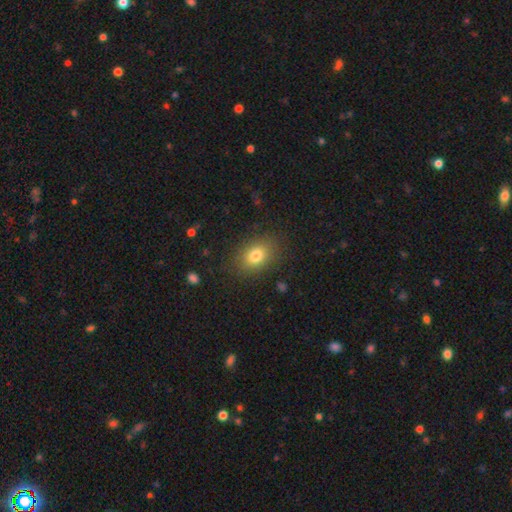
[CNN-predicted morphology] Smooth or featured?
  - smooth: 80% *
  - star or artifact: 11%
  - featured or disk: 10%
How rounded?
  - in between: 69% *
  - round: 30%
  - cigar-shaped: 1%
Merging?
  - none: 84% *
  - minor disturbance: 11%
  - major disturbance: 4%
  - merger: 1%